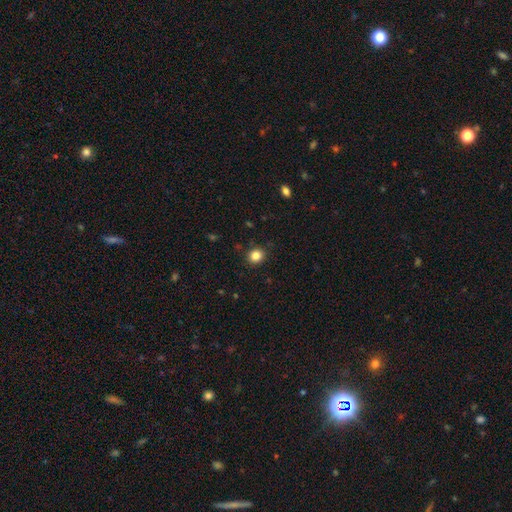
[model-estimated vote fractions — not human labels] Smooth or featured?
  - smooth: 84% *
  - star or artifact: 11%
  - featured or disk: 5%
How rounded?
  - round: 78% *
  - in between: 21%
  - cigar-shaped: 1%
Merging?
  - none: 89% *
  - minor disturbance: 8%
  - major disturbance: 2%
  - merger: 1%